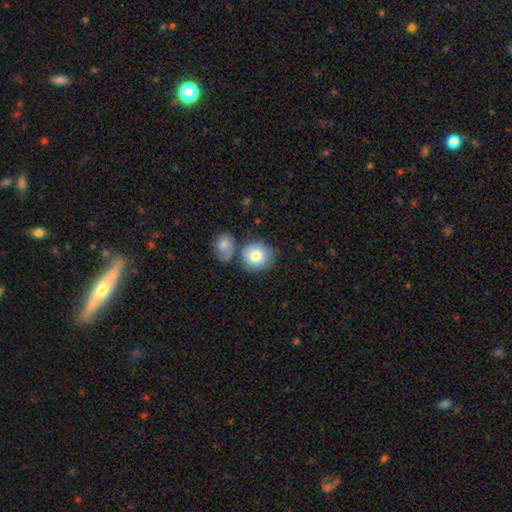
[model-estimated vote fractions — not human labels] The model was most divided on "merging": none: 59%, merger: 22%, minor disturbance: 14%, major disturbance: 5%. More confident: how rounded — round (87%); smooth or featured — smooth (80%).